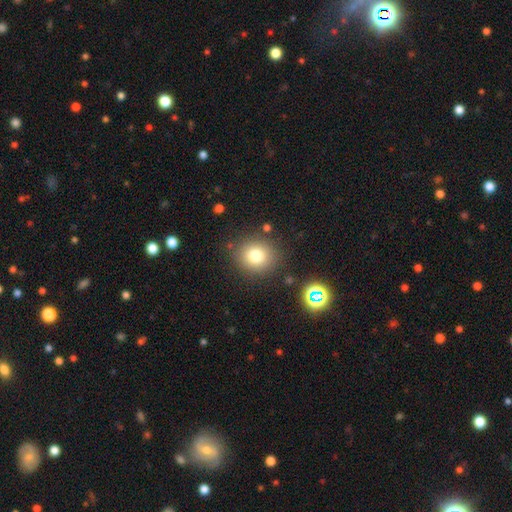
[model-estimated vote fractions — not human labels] A smooth galaxy with no disk features (77%) that is round (83%).

Vote fractions:
- Smooth or featured? smooth: 77% / star or artifact: 14% / featured or disk: 9%
- How rounded? round: 83% / in between: 16% / cigar-shaped: 1%
- Merging? none: 84% / minor disturbance: 9% / major disturbance: 3% / merger: 3%